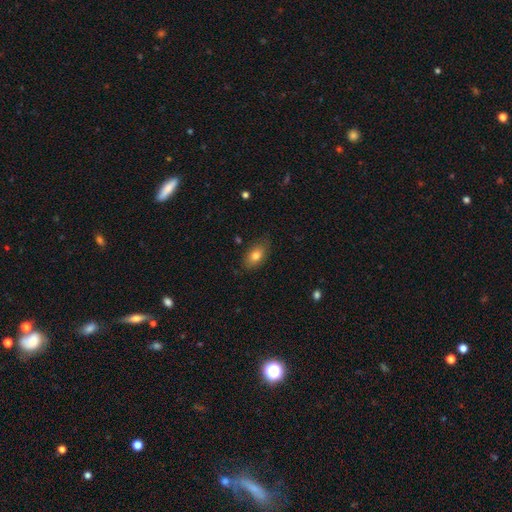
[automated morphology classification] smooth 78%, featured or disk 14%, star or artifact 8%. Down the decision tree: how rounded — in between (89%); merging — none (80%).